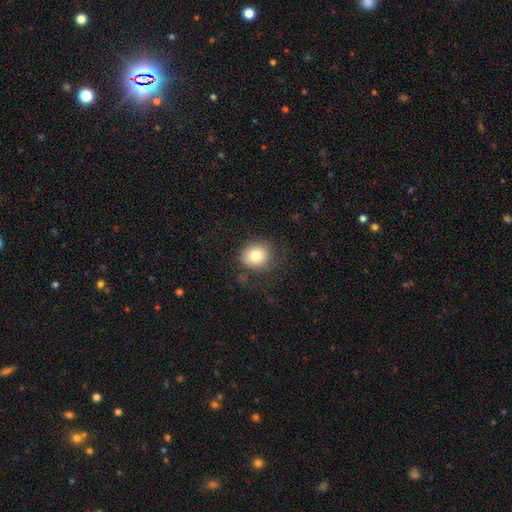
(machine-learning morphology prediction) Smooth or featured? Predicted: smooth (p=0.79). How rounded? Predicted: round (p=0.81). Merging? Predicted: none (p=0.78).